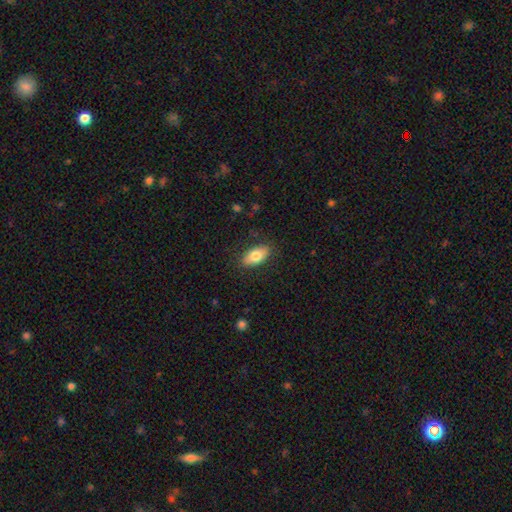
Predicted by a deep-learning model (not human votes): This is likely a smooth galaxy (80%). How rounded: clearly in between (91%). Merging: clearly none (86%).